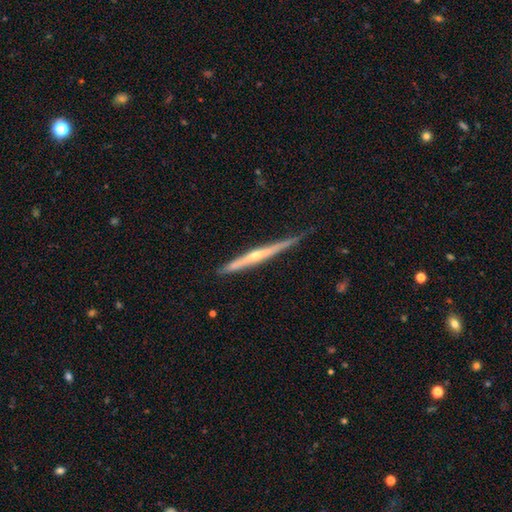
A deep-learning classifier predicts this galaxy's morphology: Overall: featured or disk (77%). Edge-on disk: yes (98%). Edge-on bulge: rounded (77%). Merging: none (84%).